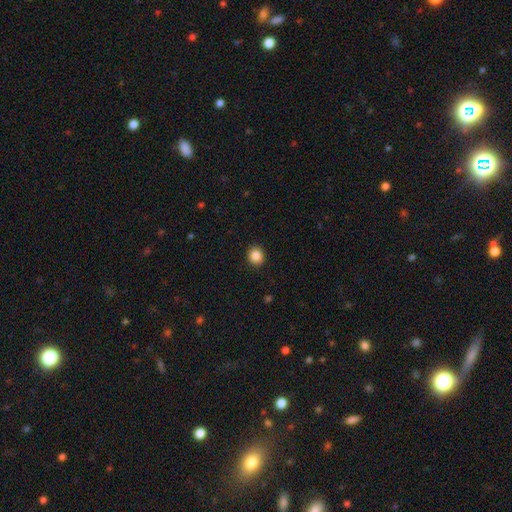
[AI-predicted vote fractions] The model was most divided on "how rounded": round: 79%, in between: 20%, cigar-shaped: 1%. More confident: merging — none (92%); smooth or featured — smooth (86%).